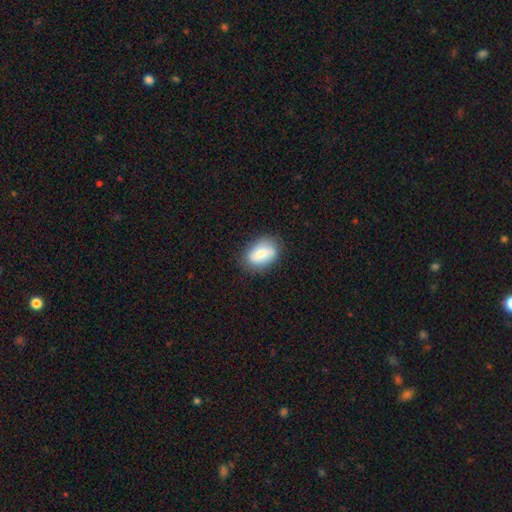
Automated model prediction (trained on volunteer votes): smooth-or-featured: smooth: 74% | featured or disk: 18% | star or artifact: 7%
  how-rounded: in between: 83% | round: 14% | cigar-shaped: 3%
  merging: none: 80% | minor disturbance: 15% | major disturbance: 4% | merger: 1%